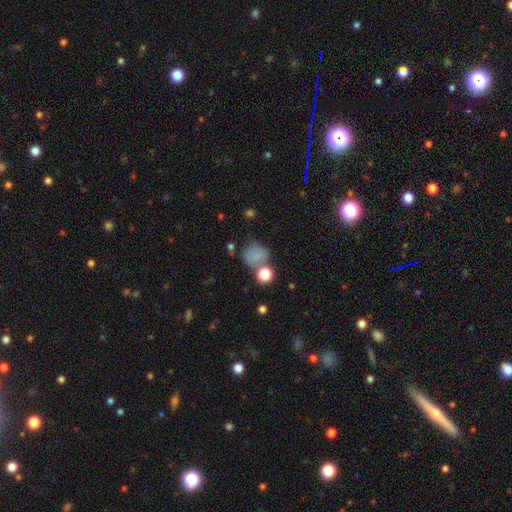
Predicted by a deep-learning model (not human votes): This appears to be a smooth galaxy with no disk features (74%) that is round (74%). Merging: none (57%).